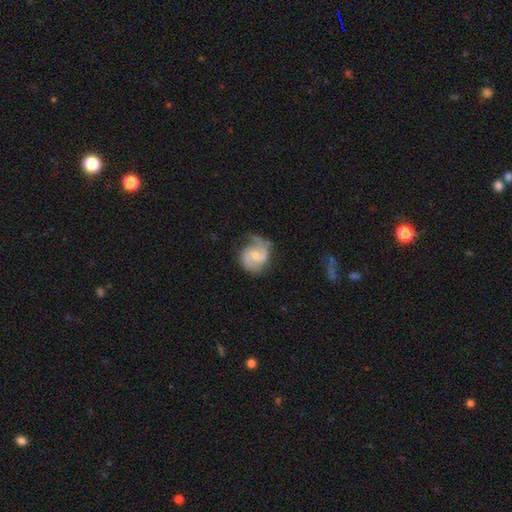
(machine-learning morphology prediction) featured or disk 83%, smooth 12%, star or artifact 5%. Down the decision tree: edge-on disk — no (98%); bar — weak (52%); spiral arms — yes (96%); spiral arm count — 2 (85%); spiral winding — medium (52%); bulge size — small (47%); merging — none (65%).